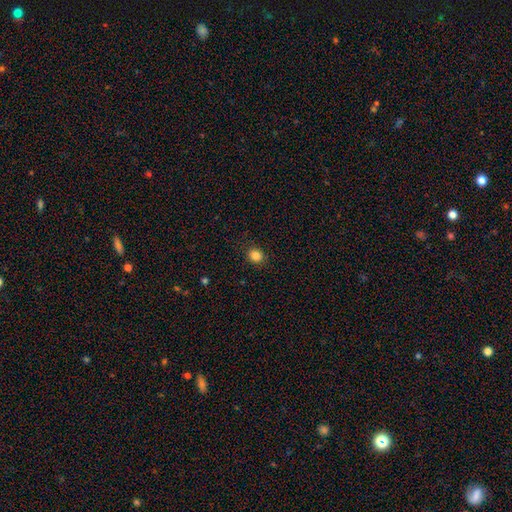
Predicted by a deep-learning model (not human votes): Smooth or featured?
  - smooth: 84% *
  - star or artifact: 12%
  - featured or disk: 4%
How rounded?
  - round: 82% *
  - in between: 17%
  - cigar-shaped: 1%
Merging?
  - none: 90% *
  - minor disturbance: 7%
  - major disturbance: 2%
  - merger: 1%